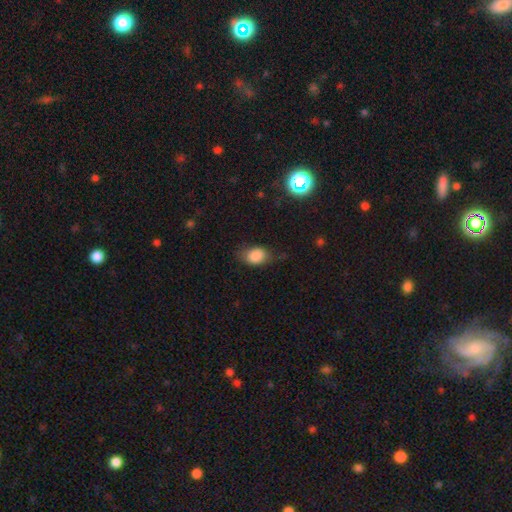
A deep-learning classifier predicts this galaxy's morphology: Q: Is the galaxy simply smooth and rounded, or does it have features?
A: smooth — 83%.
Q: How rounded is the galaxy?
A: in between — 73%.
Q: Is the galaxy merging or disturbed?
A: none — 62%.